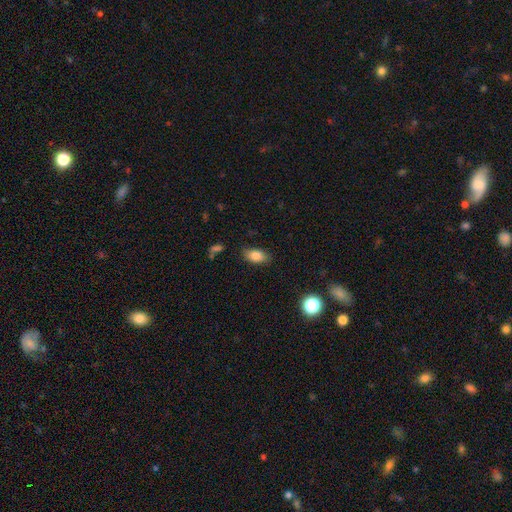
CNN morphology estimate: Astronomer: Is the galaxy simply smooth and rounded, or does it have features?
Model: smooth — 84%.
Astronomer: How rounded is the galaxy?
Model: in between — 90%.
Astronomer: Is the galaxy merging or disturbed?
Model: none — 81%.